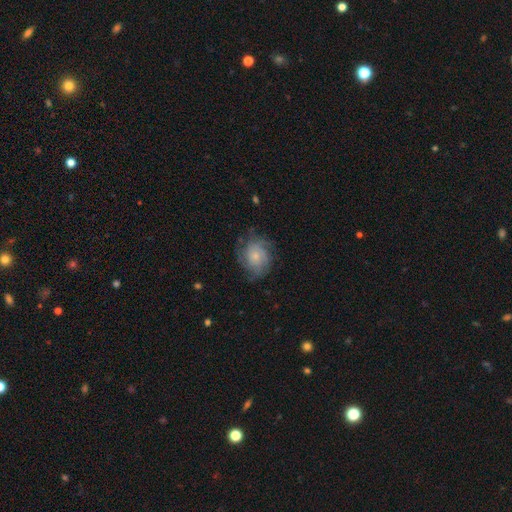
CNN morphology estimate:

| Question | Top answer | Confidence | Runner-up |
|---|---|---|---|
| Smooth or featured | featured or disk | 57% | smooth (34%) |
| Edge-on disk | no | 97% | yes (3%) |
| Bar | no | 81% | weak (17%) |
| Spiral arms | yes | 87% | no (13%) |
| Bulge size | small | 59% | moderate (30%) |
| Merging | none | 67% | minor disturbance (21%) |